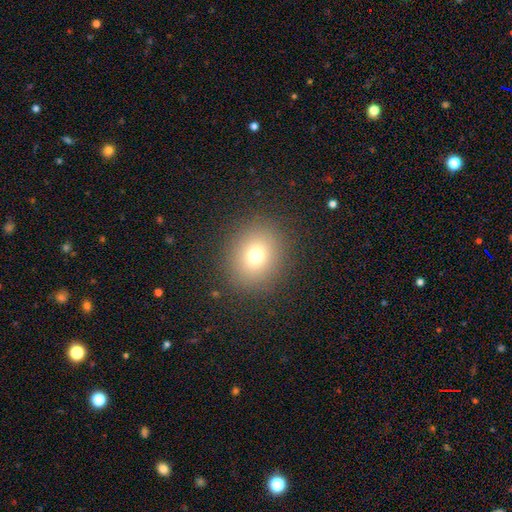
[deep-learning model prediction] Overall: smooth (73%). How rounded: round (74%). Merging: none (88%).